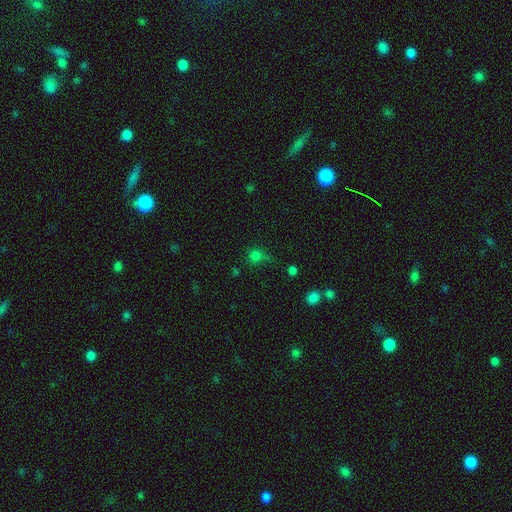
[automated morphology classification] smooth-or-featured: smooth: 72% | star or artifact: 22% | featured or disk: 7%
  how-rounded: round: 83% | in between: 15% | cigar-shaped: 1%
  merging: none: 56% | minor disturbance: 23% | major disturbance: 13% | merger: 7%